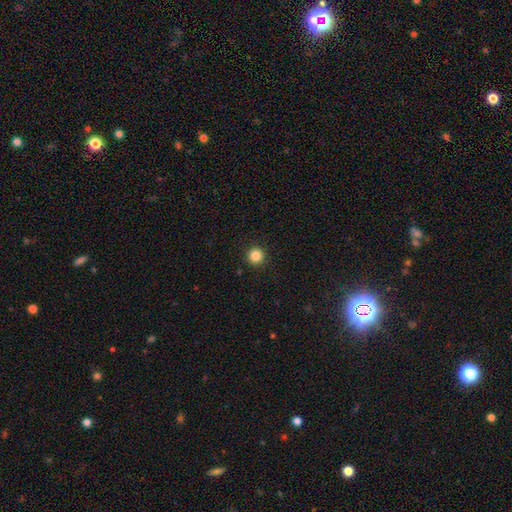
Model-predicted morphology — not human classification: Smooth or featured: smooth — 84% (star or artifact — 12%)
How rounded: round — 96% (in between — 3%)
Merging: none — 93% (minor disturbance — 4%)